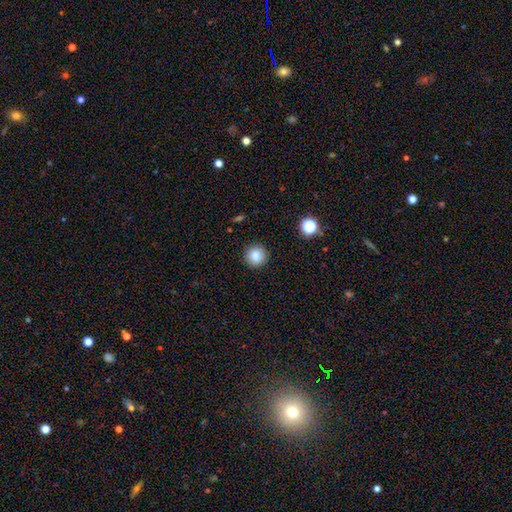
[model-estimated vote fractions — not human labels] Overall: smooth (86%). How rounded: round (95%). Merging: none (91%).